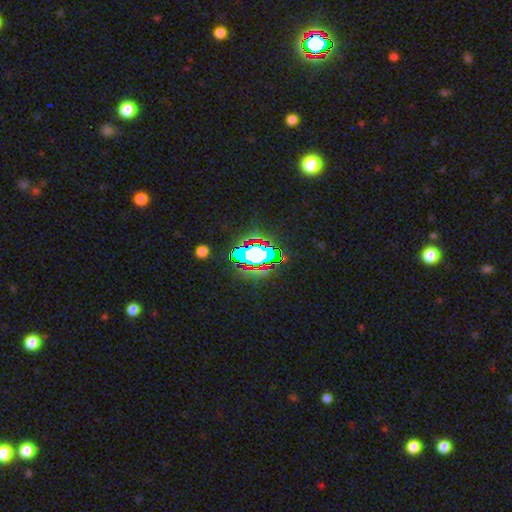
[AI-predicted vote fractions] This appears to be a star or artifact, not a galaxy (57%).